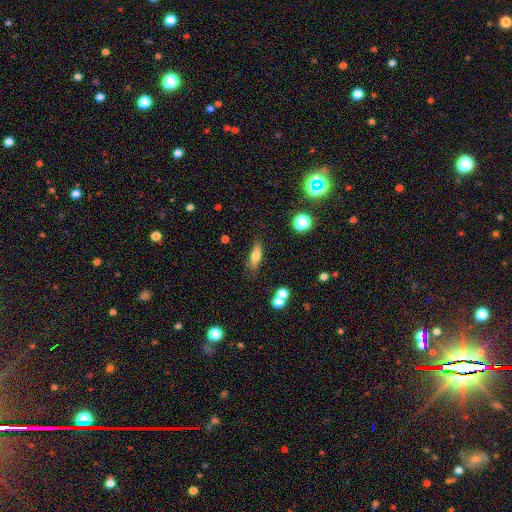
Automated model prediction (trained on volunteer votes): Smooth or featured? smooth (68%)
How rounded? in between (55%)
Merging? none (77%)